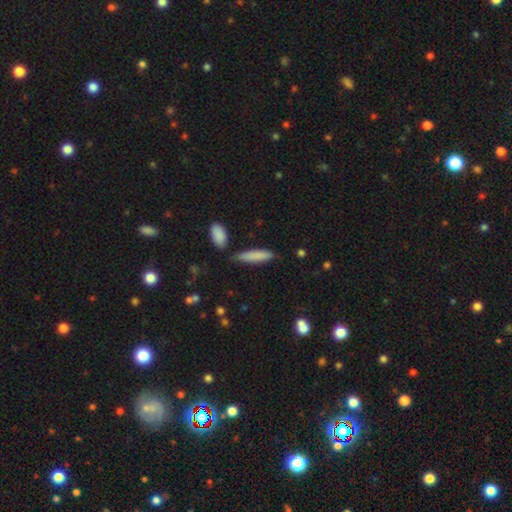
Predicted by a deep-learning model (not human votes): Morphology: type=smooth (82%); roundness=cigar-shaped (73%); merging=none (70%).